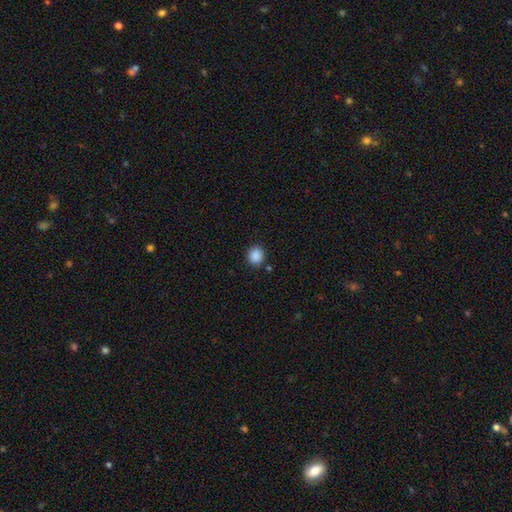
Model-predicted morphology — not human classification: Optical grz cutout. It shows a smooth galaxy with no disk features (88%) that is round (84%). Merging: none (86%).